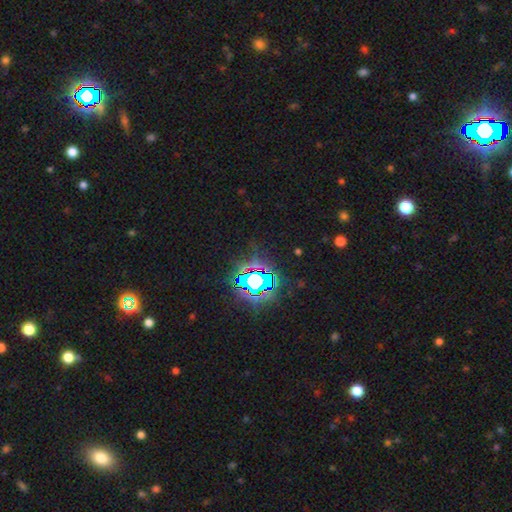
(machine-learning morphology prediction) type=star or artifact (81%).